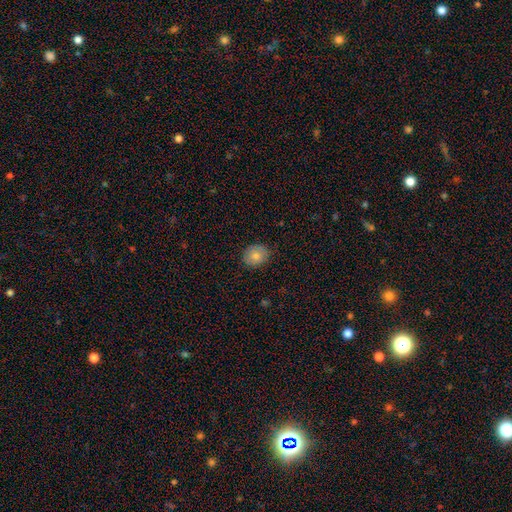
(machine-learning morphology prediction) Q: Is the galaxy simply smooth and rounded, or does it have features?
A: smooth — 78%.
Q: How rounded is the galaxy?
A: round — 51%.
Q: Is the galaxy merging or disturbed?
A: none — 84%.